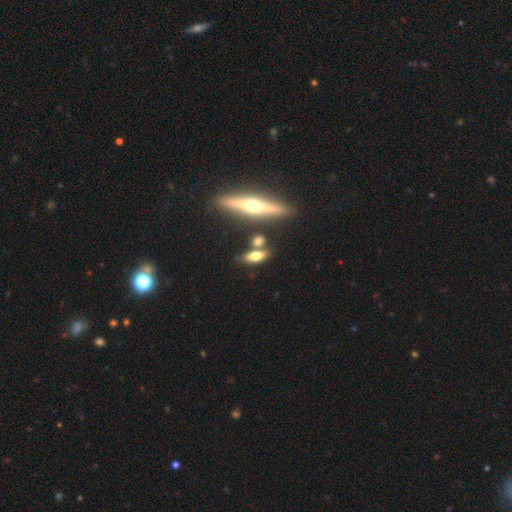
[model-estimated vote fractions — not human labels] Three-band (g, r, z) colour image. It shows a smooth galaxy with no disk features (55%) that is in between round and cigar-shaped (58%). Merging: none (67%).